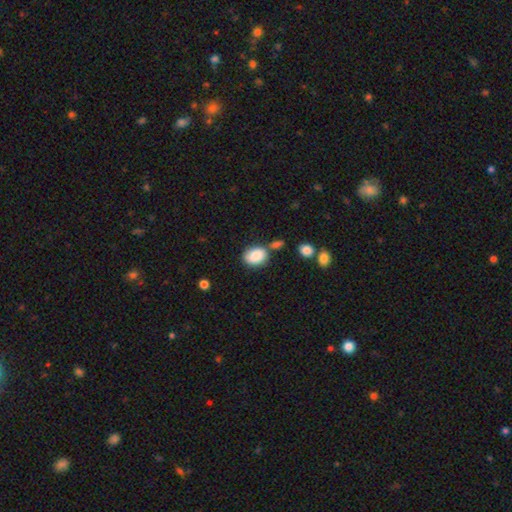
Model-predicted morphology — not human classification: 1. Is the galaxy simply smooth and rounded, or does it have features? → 86% smooth, 8% star or artifact, 7% featured or disk.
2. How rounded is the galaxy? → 67% in between, 32% round, 1% cigar-shaped.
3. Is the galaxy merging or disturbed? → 63% none, 18% minor disturbance, 14% merger, 5% major disturbance.